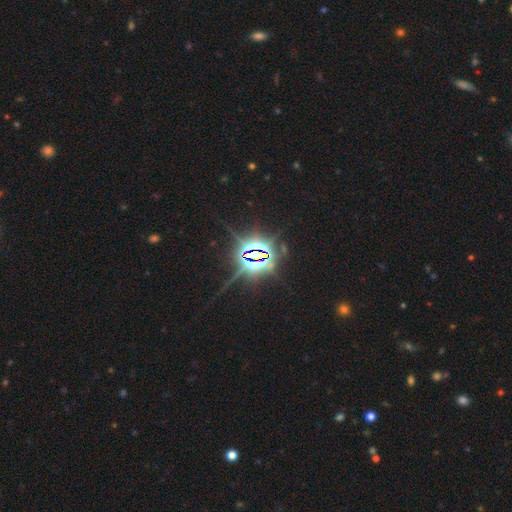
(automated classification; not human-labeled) Smooth or featured? Predicted: star or artifact (p=0.85).